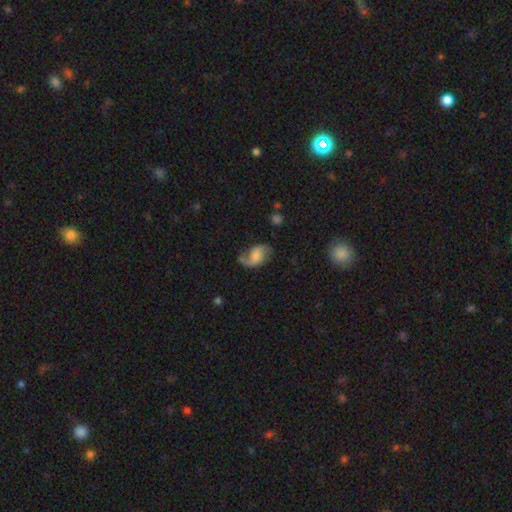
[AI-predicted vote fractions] Smooth or featured?
  - featured or disk: 67% *
  - smooth: 25%
  - star or artifact: 8%
Edge-on disk?
  - no: 97% *
  - yes: 3%
Bar?
  - no: 50% *
  - weak: 39%
  - strong: 11%
Spiral arms?
  - yes: 92% *
  - no: 8%
Spiral winding?
  - loose: 62% *
  - medium: 30%
  - tight: 8%
Spiral arm count?
  - 2: 83% *
  - 1: 10%
  - can't tell: 4%
  - 3: 1%
  - 4: 1%
  - more than 4: 1%
Bulge size?
  - small: 32% *
  - moderate: 27%
  - none: 26%
  - large: 12%
  - dominant: 3%
Merging?
  - none: 59% *
  - minor disturbance: 24%
  - major disturbance: 14%
  - merger: 3%